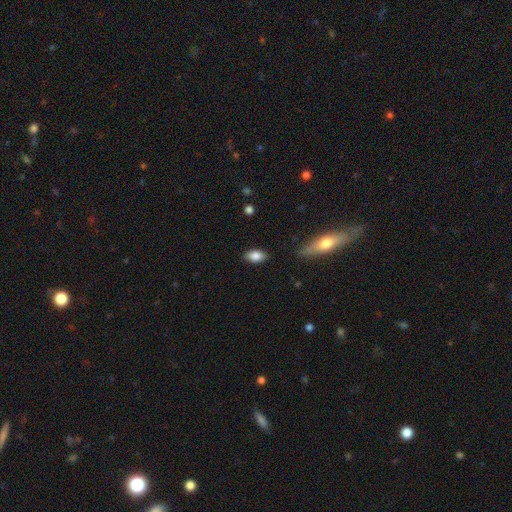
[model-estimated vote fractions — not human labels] Q: Smooth or featured?
A: smooth (85%); runner-up: featured or disk (8%)
Q: How rounded?
A: in between (90%); runner-up: round (7%)
Q: Merging?
A: none (85%); runner-up: minor disturbance (11%)